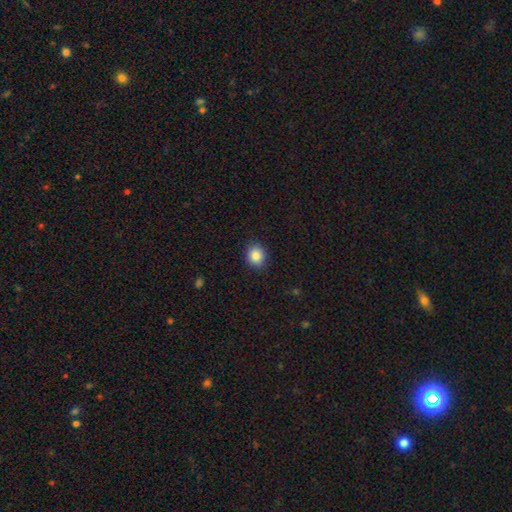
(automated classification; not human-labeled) Smooth or featured? smooth (87%)
How rounded? round (73%)
Merging? none (89%)